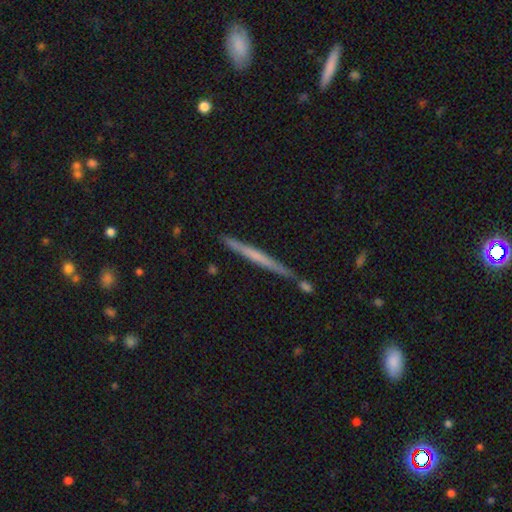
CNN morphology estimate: The model was most divided on "smooth or featured": featured or disk: 49%, smooth: 45%, star or artifact: 6%. More confident: merging — none (81%).